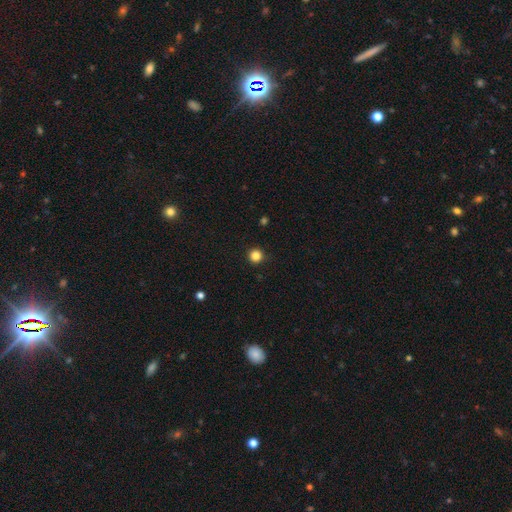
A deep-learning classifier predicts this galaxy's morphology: Smooth or featured?
  - smooth: 85% *
  - star or artifact: 12%
  - featured or disk: 3%
How rounded?
  - round: 96% *
  - in between: 3%
  - cigar-shaped: 1%
Merging?
  - none: 93% *
  - minor disturbance: 5%
  - major disturbance: 2%
  - merger: 1%